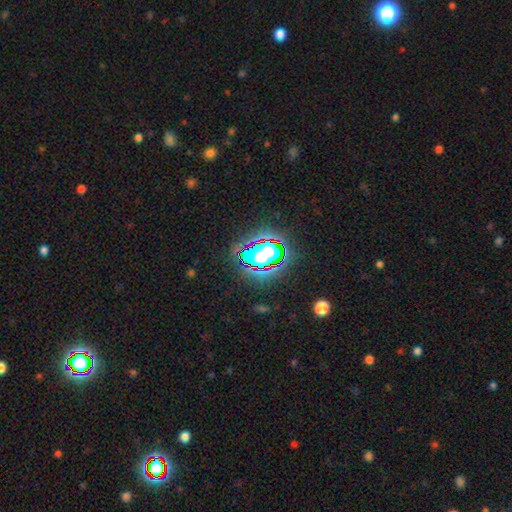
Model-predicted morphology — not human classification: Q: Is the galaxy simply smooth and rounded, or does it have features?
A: star or artifact — 73%.